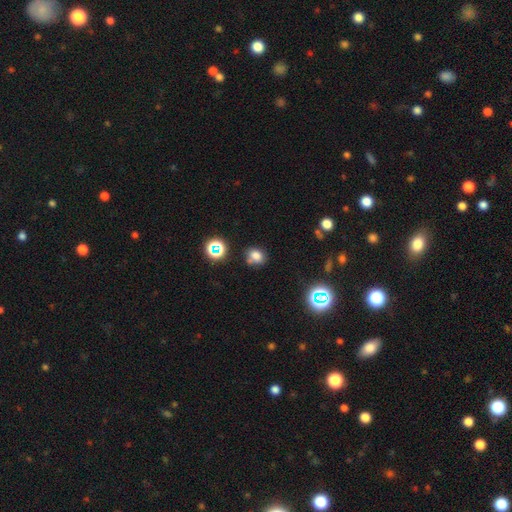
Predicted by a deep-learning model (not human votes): smooth 74%, star or artifact 18%, featured or disk 8%. Down the decision tree: how rounded — round (58%); merging — none (64%).